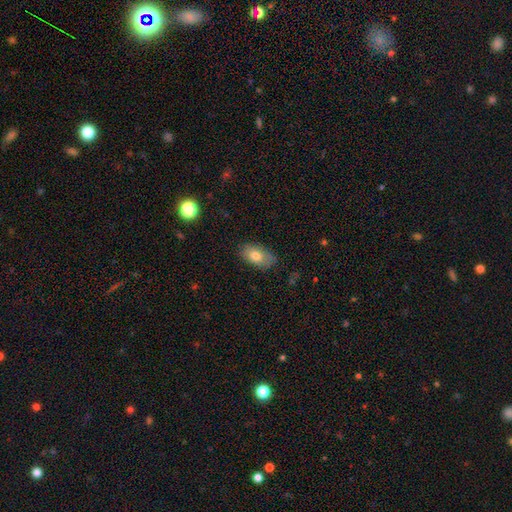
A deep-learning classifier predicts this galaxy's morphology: Smooth or featured?
  - smooth: 76% *
  - featured or disk: 16%
  - star or artifact: 8%
How rounded?
  - in between: 92% *
  - round: 6%
  - cigar-shaped: 2%
Merging?
  - none: 79% *
  - minor disturbance: 17%
  - major disturbance: 3%
  - merger: 1%